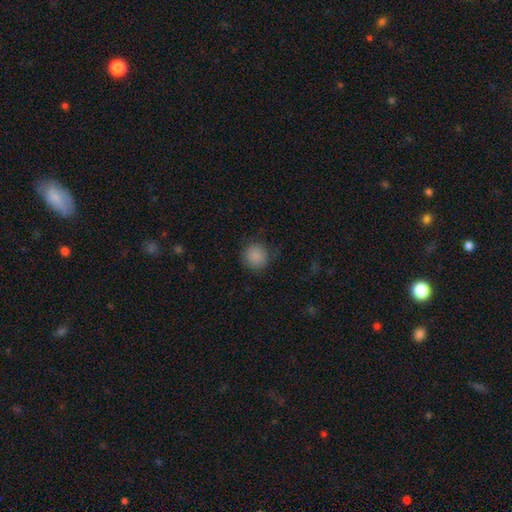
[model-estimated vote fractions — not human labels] This appears to be a smooth galaxy with no disk features (87%) that is round (92%). Merging: none (84%).